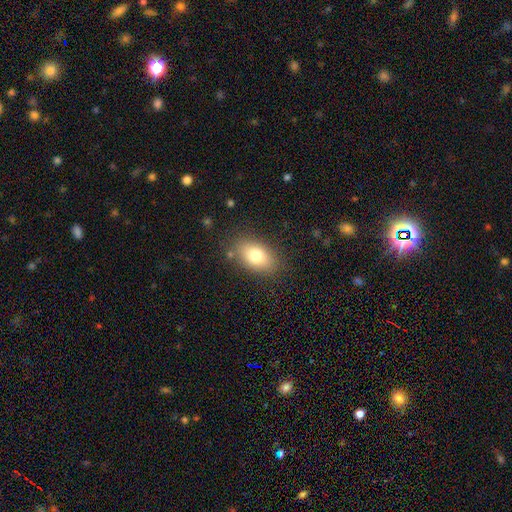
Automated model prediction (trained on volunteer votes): smooth_or_featured: smooth (p=0.78) [alt: featured or disk p=0.14]
how_rounded: in between (p=0.87) [alt: round p=0.11]
merging: none (p=0.82) [alt: minor disturbance p=0.12]